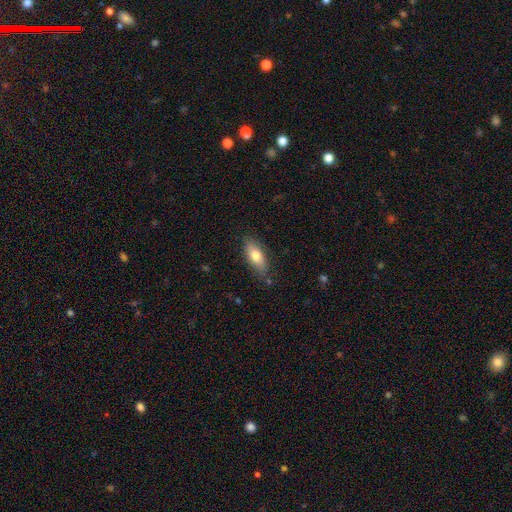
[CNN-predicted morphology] smooth-or-featured: smooth: 73% | featured or disk: 20% | star or artifact: 7%
  how-rounded: in between: 76% | cigar-shaped: 22% | round: 3%
  merging: none: 81% | minor disturbance: 14% | major disturbance: 3% | merger: 2%